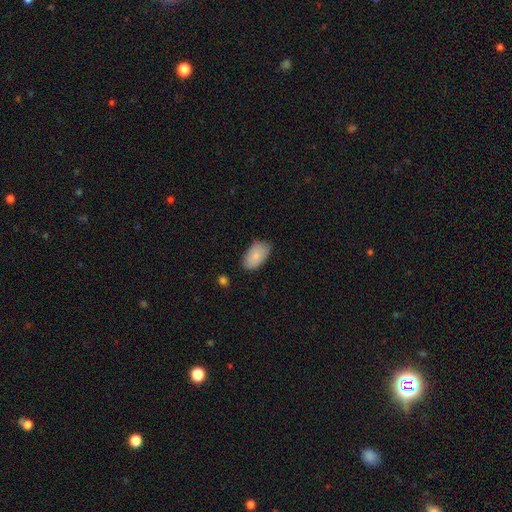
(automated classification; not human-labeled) Smooth or featured?
  - smooth: 83% *
  - featured or disk: 10%
  - star or artifact: 6%
How rounded?
  - in between: 94% *
  - round: 5%
  - cigar-shaped: 1%
Merging?
  - none: 79% *
  - minor disturbance: 17%
  - major disturbance: 3%
  - merger: 1%